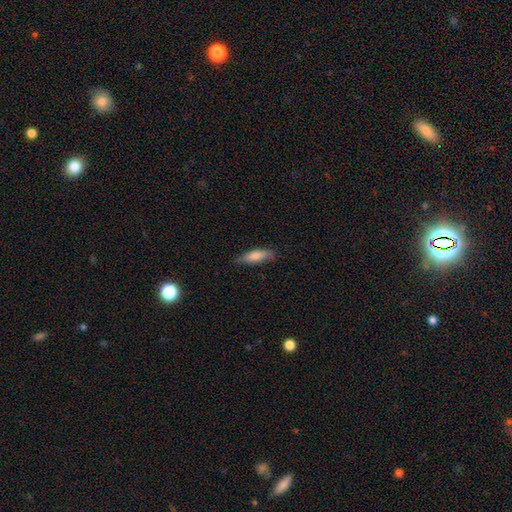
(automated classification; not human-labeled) Overall: smooth (78%). How rounded: cigar-shaped (53%; in between 45%). Merging: none (74%).